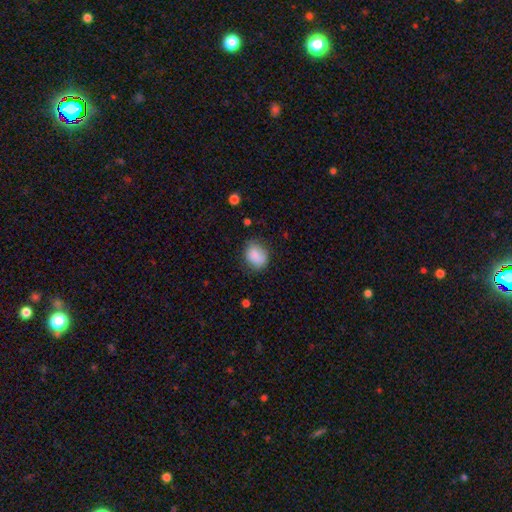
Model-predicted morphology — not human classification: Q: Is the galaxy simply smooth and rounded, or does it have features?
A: smooth — 85%.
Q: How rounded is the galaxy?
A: in between — 53%.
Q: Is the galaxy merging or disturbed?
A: none — 69%.